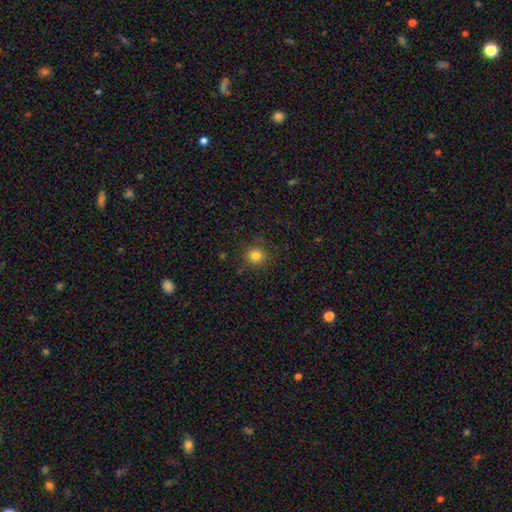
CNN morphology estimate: type=smooth (82%); roundness=round (92%); merging=none (88%).